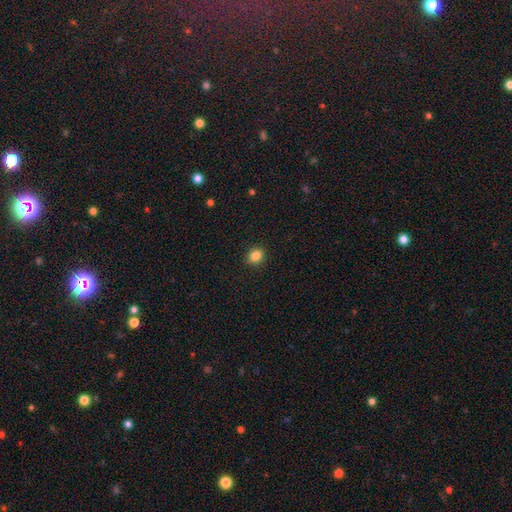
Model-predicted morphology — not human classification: type=smooth (84%); roundness=round (66%); merging=none (90%).